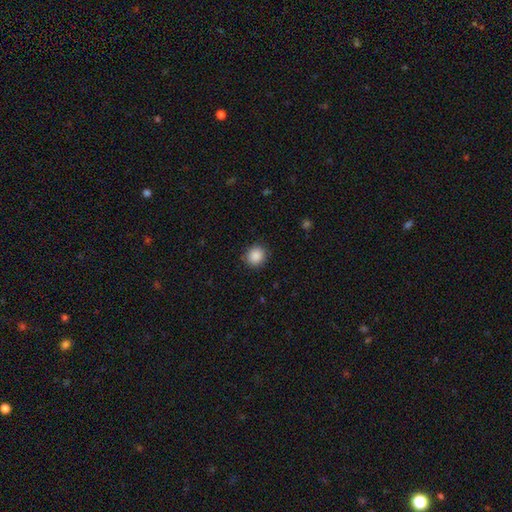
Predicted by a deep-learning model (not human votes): Smooth or featured: smooth — 88% (star or artifact — 9%)
How rounded: round — 87% (in between — 12%)
Merging: none — 89% (minor disturbance — 8%)